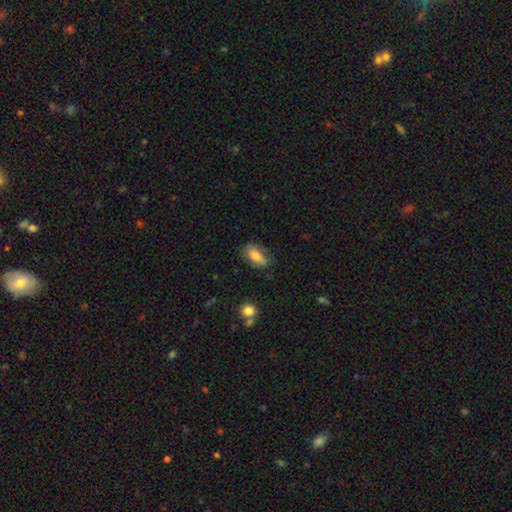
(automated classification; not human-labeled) Q: Smooth or featured?
A: smooth (78%); runner-up: featured or disk (15%)
Q: How rounded?
A: in between (84%); runner-up: cigar-shaped (11%)
Q: Merging?
A: none (70%); runner-up: minor disturbance (22%)